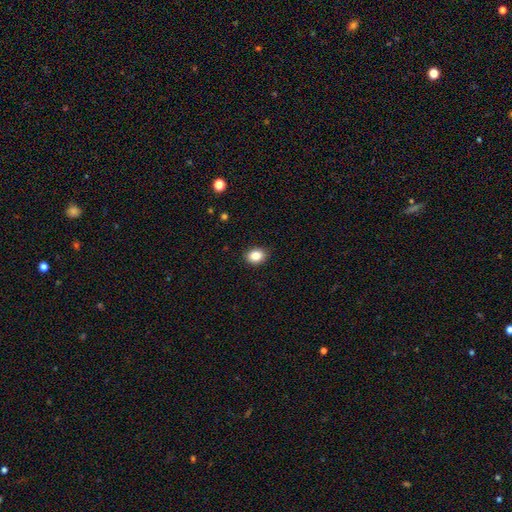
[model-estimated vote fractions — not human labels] smooth_or_featured: smooth (p=0.86) [alt: star or artifact p=0.09]
how_rounded: in between (p=0.61) [alt: round p=0.38]
merging: none (p=0.87) [alt: minor disturbance p=0.10]